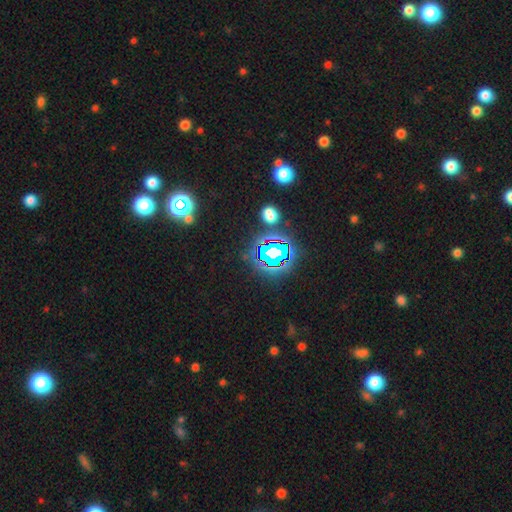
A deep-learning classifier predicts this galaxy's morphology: This appears to be a star or artifact, not a galaxy (79%).